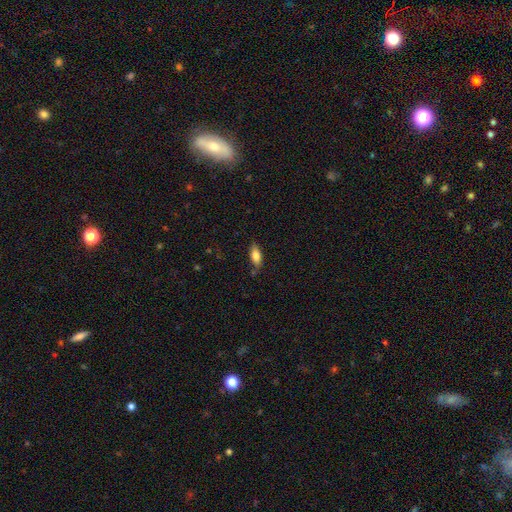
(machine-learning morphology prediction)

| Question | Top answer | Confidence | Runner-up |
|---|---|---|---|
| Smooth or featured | smooth | 77% | featured or disk (16%) |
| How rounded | in between | 81% | cigar-shaped (17%) |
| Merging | none | 76% | minor disturbance (18%) |